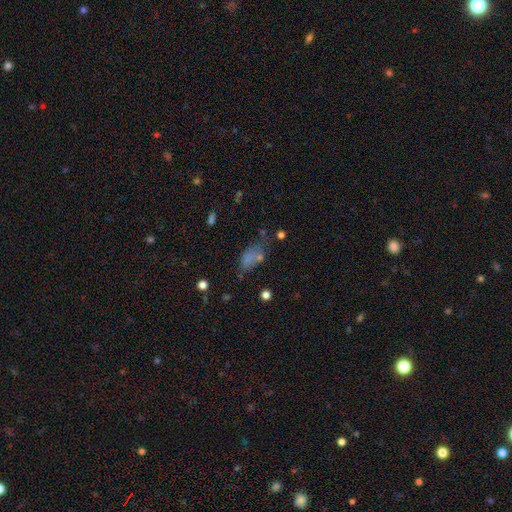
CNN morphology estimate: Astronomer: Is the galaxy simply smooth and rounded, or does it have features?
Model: smooth — 56%.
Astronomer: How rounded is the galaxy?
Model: in between — 80%.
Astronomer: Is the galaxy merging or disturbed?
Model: none — 42% (runner-up: minor disturbance, 24%).